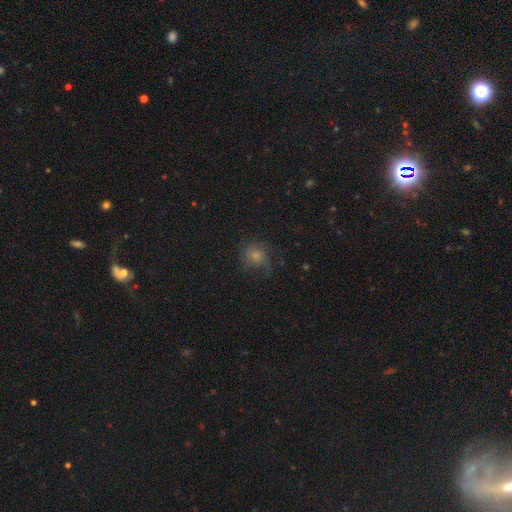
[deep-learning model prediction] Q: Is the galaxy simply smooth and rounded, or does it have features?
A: smooth — 56%.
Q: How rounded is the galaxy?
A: round — 73%.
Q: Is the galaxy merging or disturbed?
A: none — 51%.